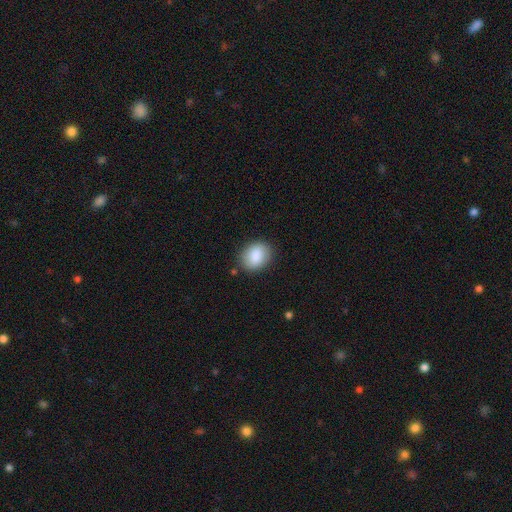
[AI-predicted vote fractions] Smooth or featured? smooth (87%)
How rounded? in between (58%)
Merging? none (84%)